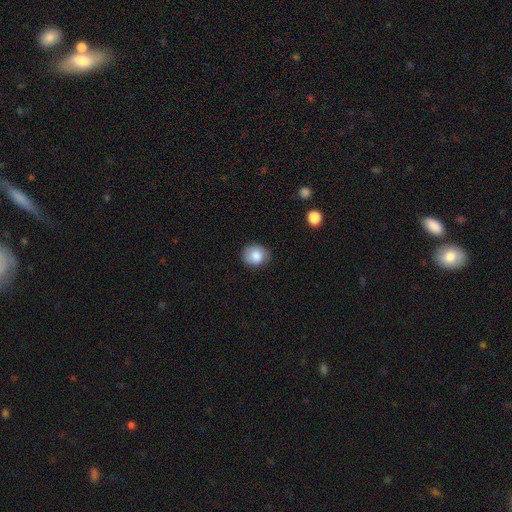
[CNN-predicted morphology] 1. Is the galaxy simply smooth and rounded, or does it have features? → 84% smooth, 8% star or artifact, 7% featured or disk.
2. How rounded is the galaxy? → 74% round, 26% in between, 1% cigar-shaped.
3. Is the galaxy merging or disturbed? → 80% none, 16% minor disturbance, 3% major disturbance, 1% merger.